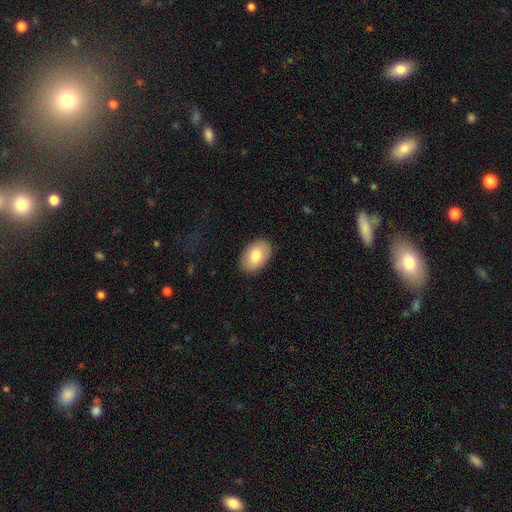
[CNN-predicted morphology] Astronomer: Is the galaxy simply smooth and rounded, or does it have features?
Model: smooth — 79%.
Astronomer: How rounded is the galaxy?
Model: in between — 90%.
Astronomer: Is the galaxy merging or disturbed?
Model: none — 88%.